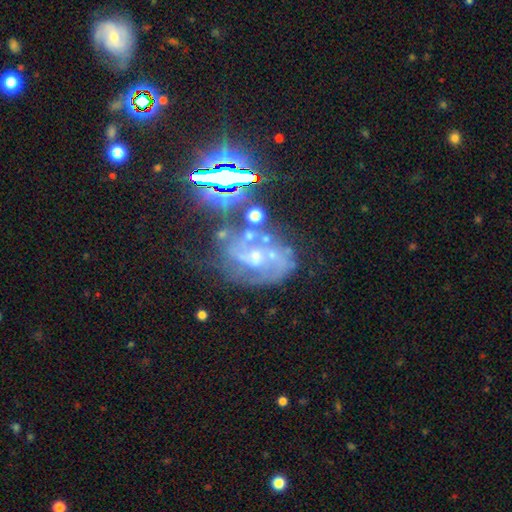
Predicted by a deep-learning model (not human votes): featured or disk 69%, star or artifact 20%, smooth 10%. Down the decision tree: edge-on disk — no (97%); bar — no (53%); spiral arms — yes (87%); spiral arm count — 2 (58%); spiral winding — medium (47%); bulge size — small (60%); merging — none (50%).